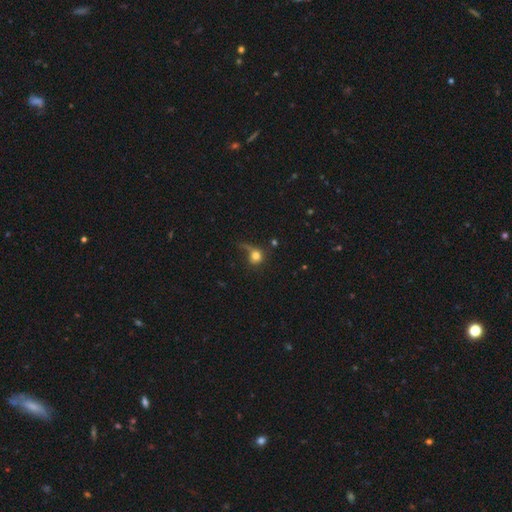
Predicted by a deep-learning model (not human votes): This appears to be a smooth galaxy with no disk features (71%) that is round (80%). Merging: none (36%).